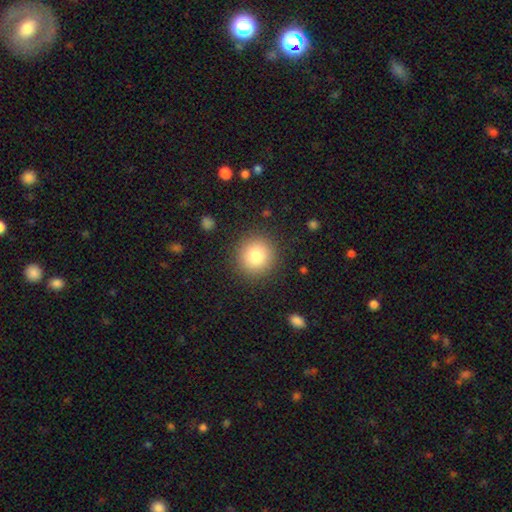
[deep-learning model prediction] This is clearly a smooth galaxy (82%). How rounded: clearly round (92%). Merging: clearly none (89%).